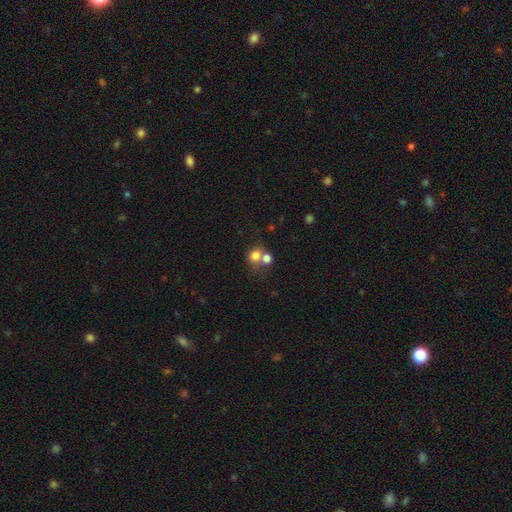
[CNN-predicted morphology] This is likely a smooth galaxy (76%). How rounded: likely round (72%). Merging: possibly merger (50%).